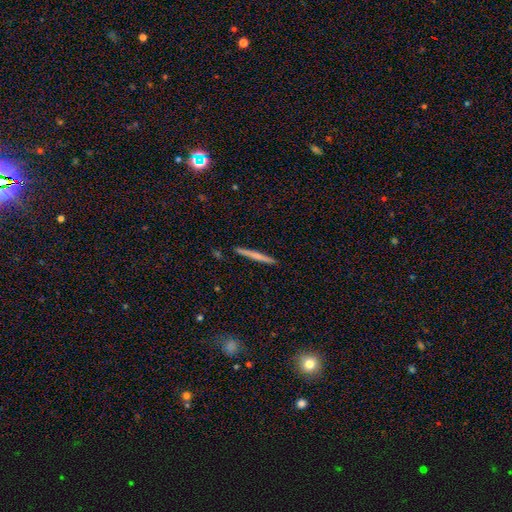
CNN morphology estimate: Smooth or featured: smooth — 48% (featured or disk — 45%)
Merging: none — 91% (minor disturbance — 6%)